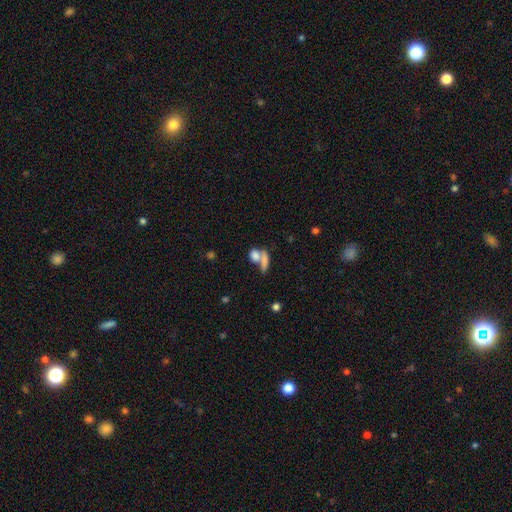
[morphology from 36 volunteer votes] type=smooth (86%); roundness=in between (71%); merging=merger (49%).